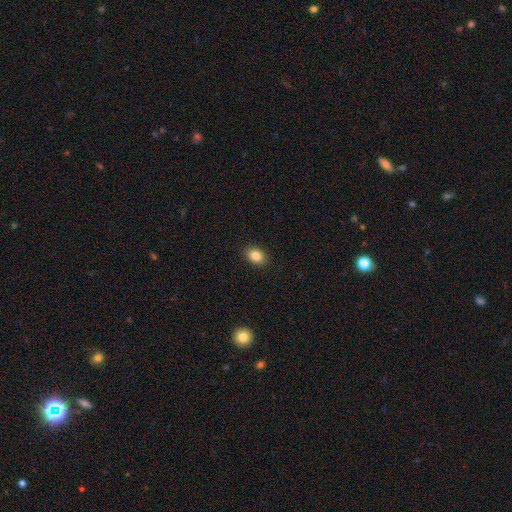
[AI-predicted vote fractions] This appears to be a smooth galaxy with no disk features (85%) that is in between round and cigar-shaped (62%). Merging: none (90%).